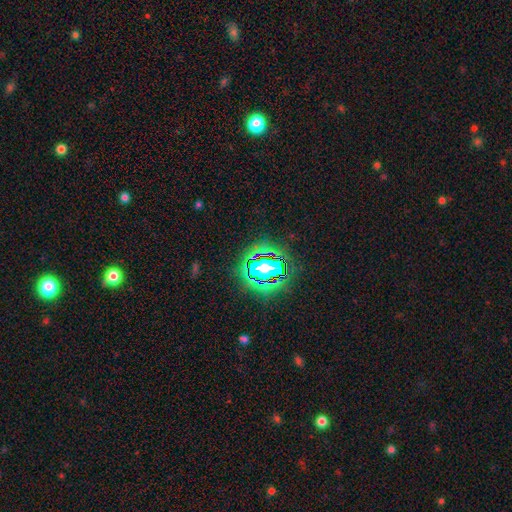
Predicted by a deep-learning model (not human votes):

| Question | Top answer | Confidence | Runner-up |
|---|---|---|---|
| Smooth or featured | star or artifact | 82% | smooth (11%) |